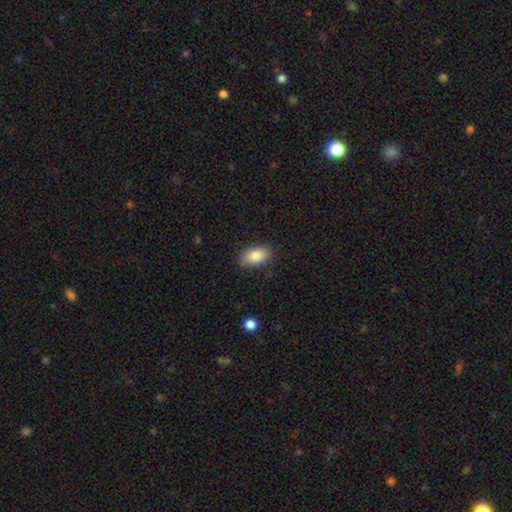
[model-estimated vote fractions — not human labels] The model was most divided on "merging": none: 77%, minor disturbance: 18%, major disturbance: 3%, merger: 1%. More confident: how rounded — in between (92%); smooth or featured — smooth (86%).